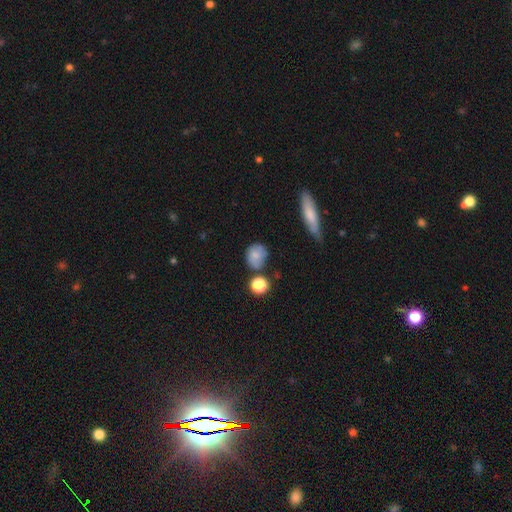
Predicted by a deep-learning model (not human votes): A smooth galaxy with no disk features (76%) that is round (69%). Merging: none (63%).